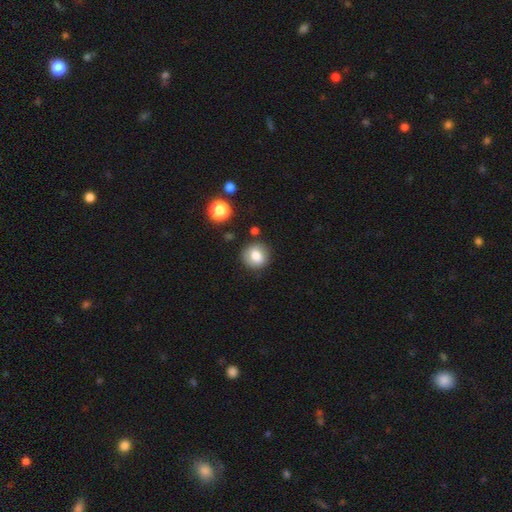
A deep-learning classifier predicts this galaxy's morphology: Smooth or featured? Predicted: smooth (p=0.80). How rounded? Predicted: round (p=0.87). Merging? Predicted: none (p=0.84).